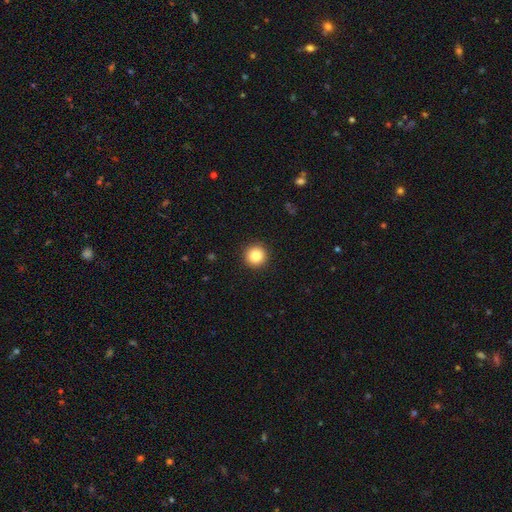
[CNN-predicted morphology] A smooth galaxy with no disk features (87%) that is round (96%).

Vote fractions:
- Smooth or featured? smooth: 87% / star or artifact: 9% / featured or disk: 4%
- How rounded? round: 96% / in between: 3% / cigar-shaped: 1%
- Merging? none: 92% / minor disturbance: 5% / major disturbance: 2% / merger: 1%